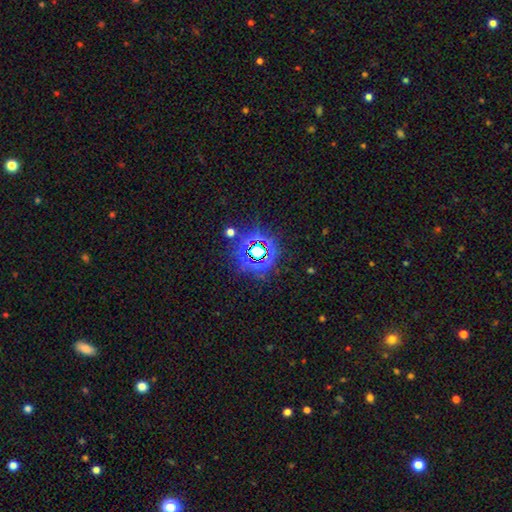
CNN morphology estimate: smooth_or_featured: star or artifact (p=0.77) [alt: smooth p=0.14]